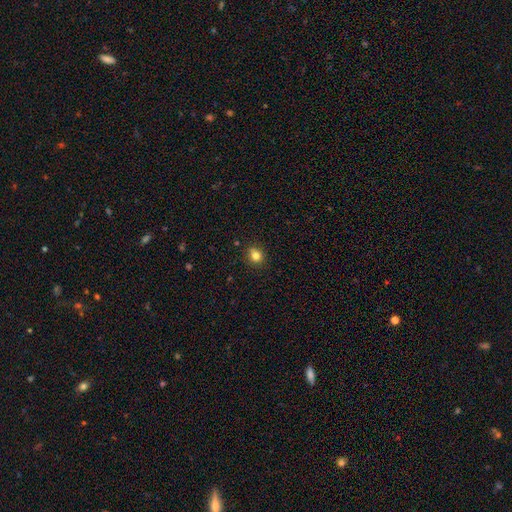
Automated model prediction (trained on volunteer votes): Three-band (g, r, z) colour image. It shows a smooth galaxy with no disk features (81%) that is round (76%). Merging: none (85%).